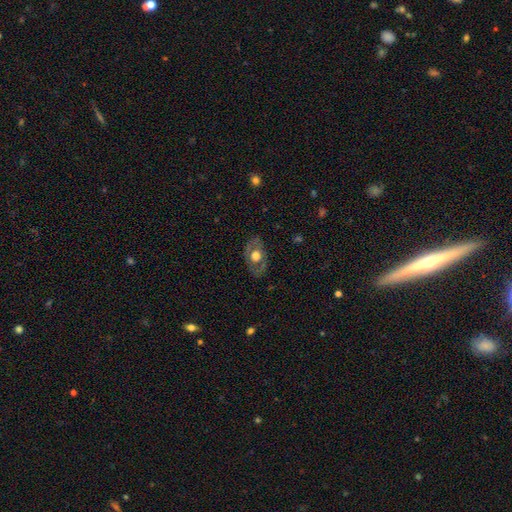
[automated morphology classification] Overall: featured or disk (49%; smooth 43%). Merging: none (78%).